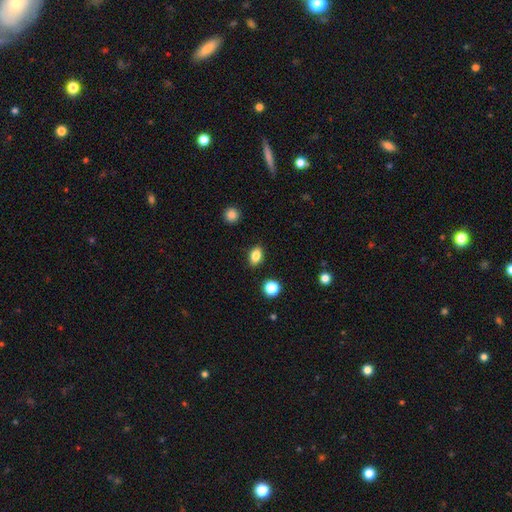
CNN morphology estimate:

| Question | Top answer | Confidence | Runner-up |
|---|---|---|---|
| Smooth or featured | smooth | 84% | star or artifact (10%) |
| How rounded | in between | 82% | round (16%) |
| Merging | none | 88% | minor disturbance (8%) |